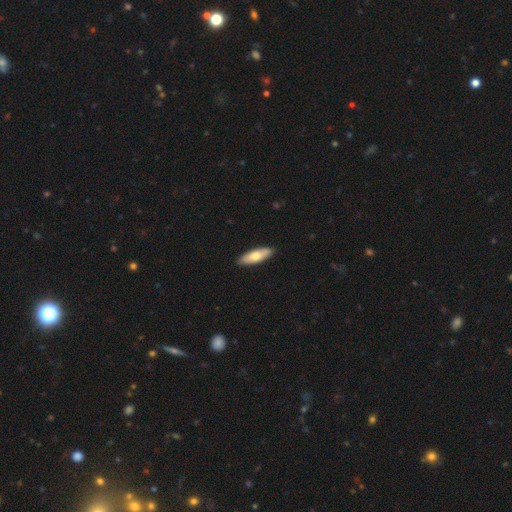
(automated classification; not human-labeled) Overall: smooth (63%; featured or disk 32%). How rounded: in between (57%; cigar-shaped 41%). Merging: none (89%).